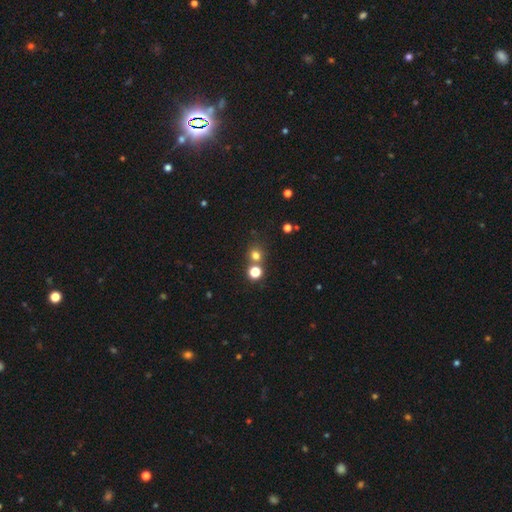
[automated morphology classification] type=smooth (71%); roundness=round (84%); merging=none (65%).